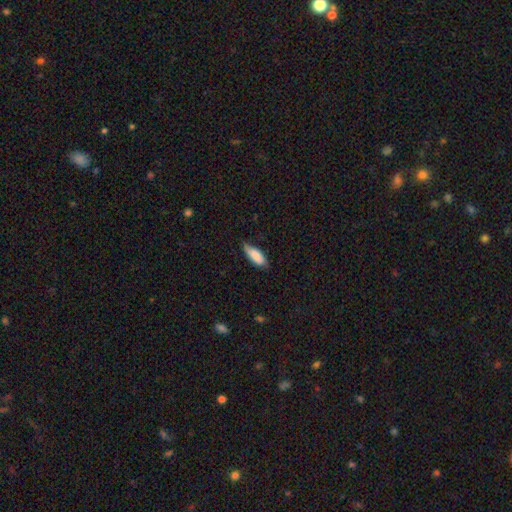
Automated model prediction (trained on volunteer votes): smooth_or_featured: smooth (p=0.85) [alt: featured or disk p=0.09]
how_rounded: in between (p=0.69) [alt: cigar-shaped p=0.30]
merging: none (p=0.67) [alt: minor disturbance p=0.28]